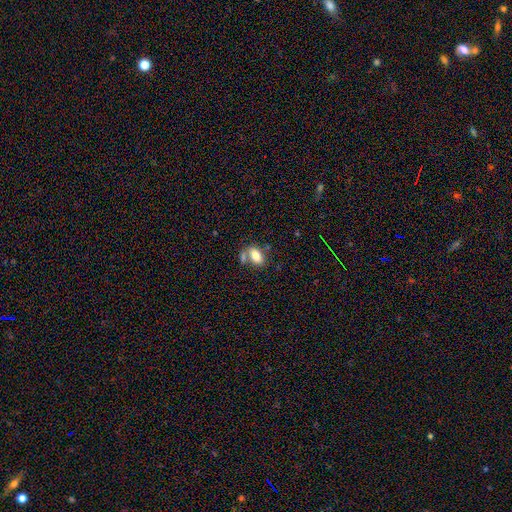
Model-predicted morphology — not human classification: This is clearly a smooth galaxy (80%). How rounded: clearly in between (90%). Merging: possibly none (51%).